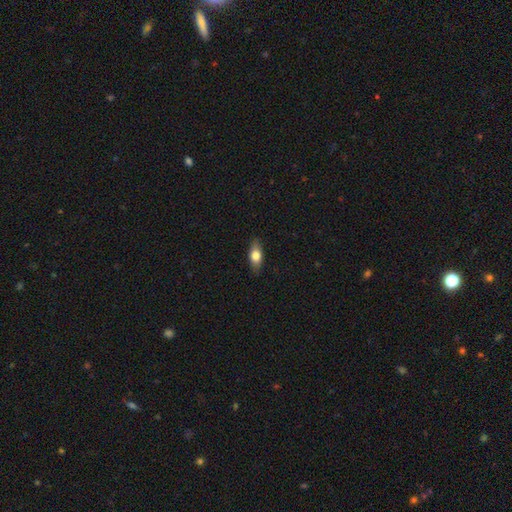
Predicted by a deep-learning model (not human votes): Q: Smooth or featured?
A: smooth (74%); runner-up: featured or disk (19%)
Q: How rounded?
A: in between (79%); runner-up: cigar-shaped (16%)
Q: Merging?
A: none (87%); runner-up: minor disturbance (10%)